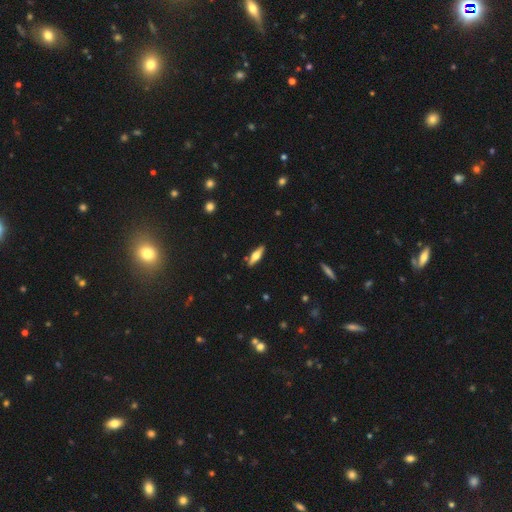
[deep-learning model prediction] Smooth or featured: smooth — 47% (tied with featured or disk — 47%)
Merging: none — 87% (minor disturbance — 9%)